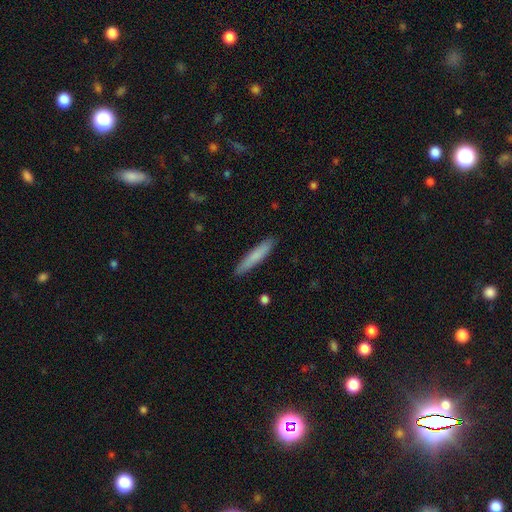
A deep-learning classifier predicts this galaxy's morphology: Overall: smooth (78%). How rounded: cigar-shaped (92%). Merging: none (90%).